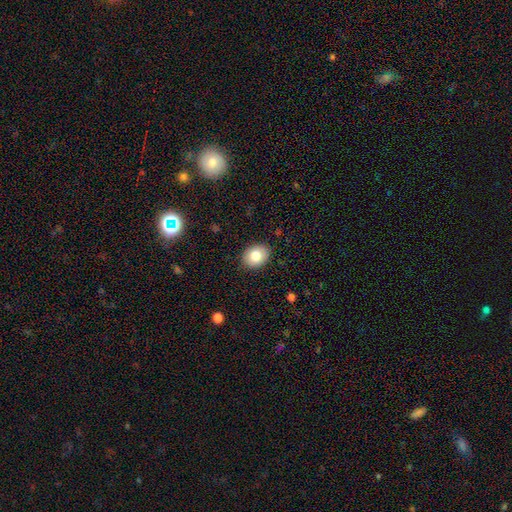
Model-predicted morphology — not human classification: type=smooth (81%); roundness=in between (60%); merging=none (89%).